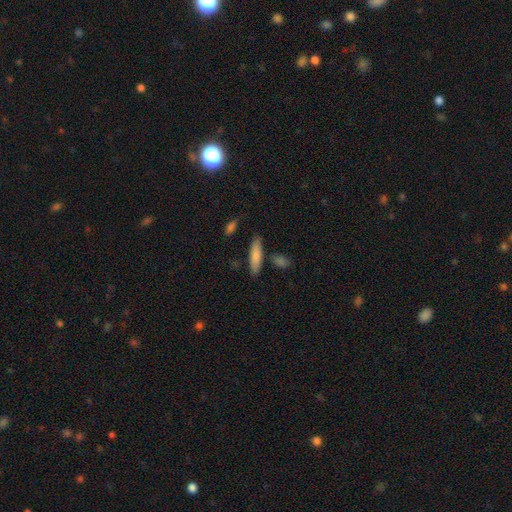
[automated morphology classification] A smooth galaxy with no disk features (82%) that is cigar-shaped (70%). Merging: none (83%).